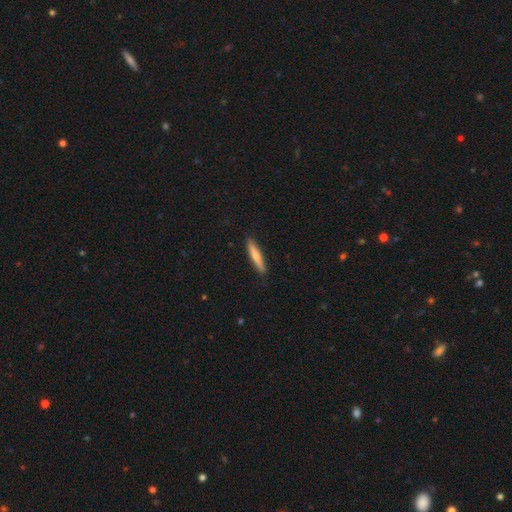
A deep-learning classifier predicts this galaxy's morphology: smooth_or_featured: smooth (p=0.66) [alt: featured or disk p=0.29]
how_rounded: cigar-shaped (p=0.91) [alt: in between p=0.08]
merging: none (p=0.91) [alt: minor disturbance p=0.07]